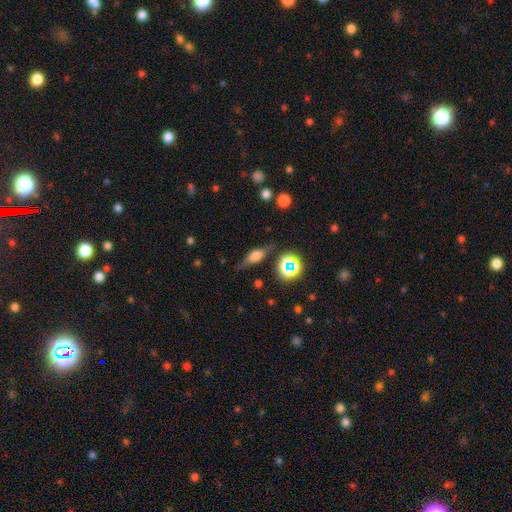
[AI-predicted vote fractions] This is marginally a smooth galaxy (45%). Merging: likely none (70%).